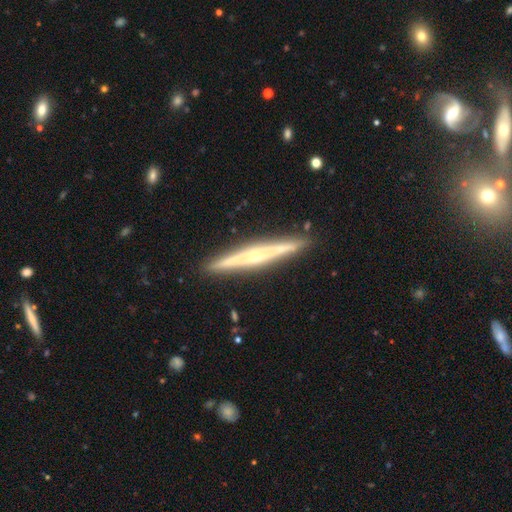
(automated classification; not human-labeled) A featured or disk galaxy (78%) viewed edge-on (97%) with a rounded central bulge (75%). Merging: none (90%).